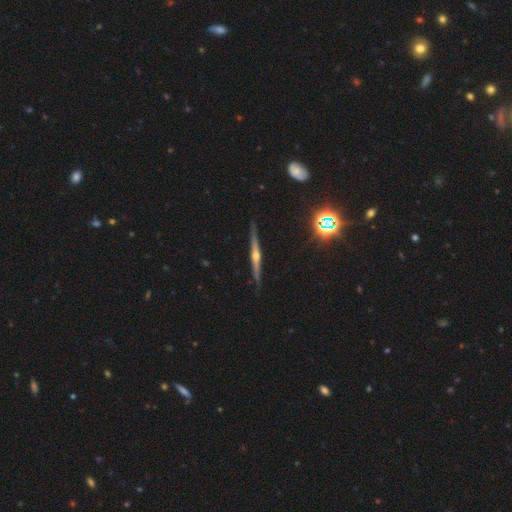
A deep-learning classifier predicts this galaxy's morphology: Smooth or featured: featured or disk — 77% (smooth — 14%)
Edge-on disk: yes — 98% (no — 2%)
Edge-on bulge: rounded — 89% (none — 7%)
Merging: none — 88% (minor disturbance — 9%)